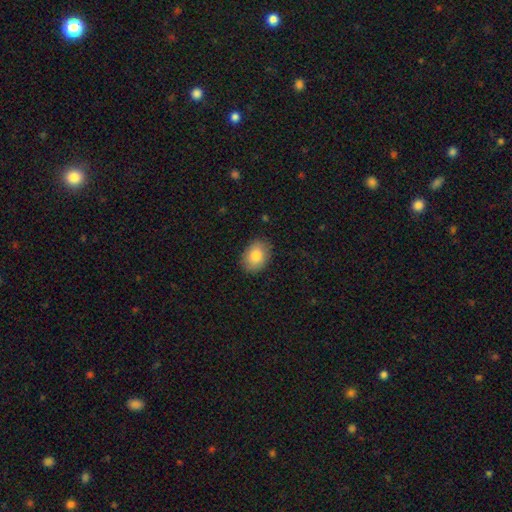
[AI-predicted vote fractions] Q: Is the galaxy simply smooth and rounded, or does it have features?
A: smooth — 84%.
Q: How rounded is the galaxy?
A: in between — 72%.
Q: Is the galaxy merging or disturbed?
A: none — 86%.